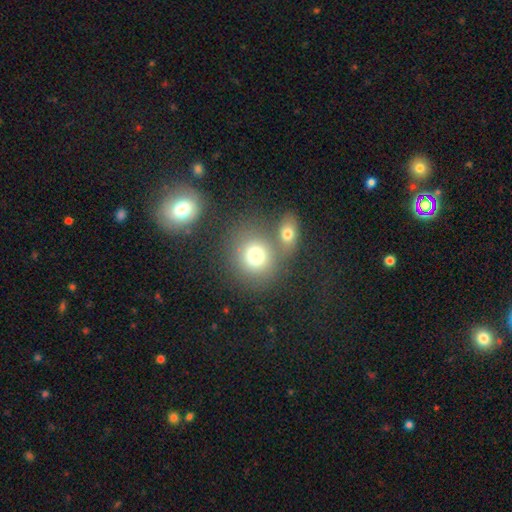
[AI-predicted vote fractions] smooth_or_featured: smooth (p=0.75) [alt: star or artifact p=0.13]
how_rounded: round (p=0.81) [alt: in between p=0.18]
merging: none (p=0.52) [alt: merger p=0.34]